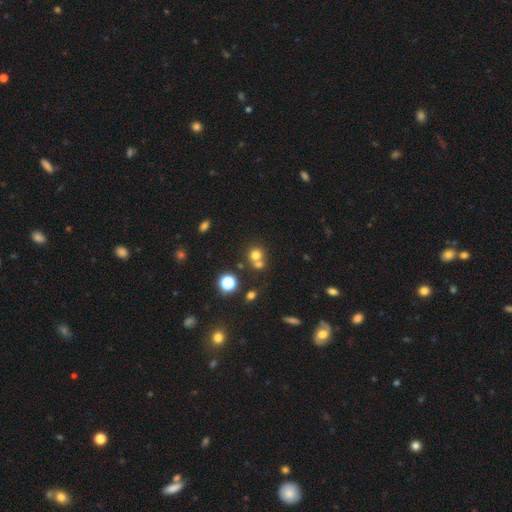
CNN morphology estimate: Smooth or featured? Predicted: smooth (p=0.70). How rounded? Predicted: round (p=0.85). Merging? Predicted: none (p=0.49).